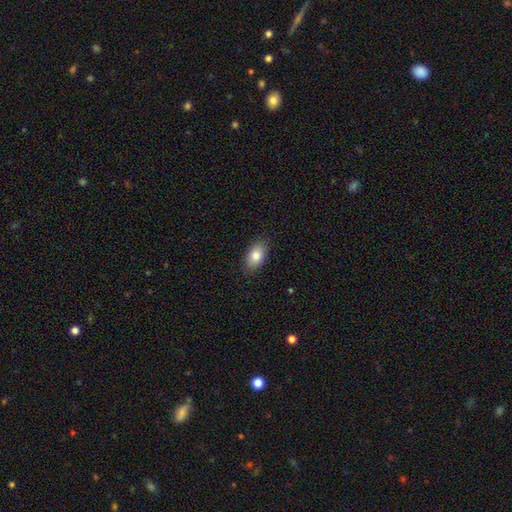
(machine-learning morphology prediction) Smooth or featured? Predicted: smooth (p=0.81). How rounded? Predicted: in between (p=0.91). Merging? Predicted: none (p=0.87).